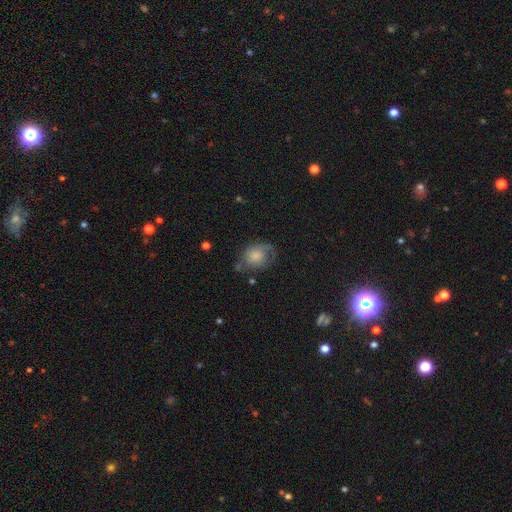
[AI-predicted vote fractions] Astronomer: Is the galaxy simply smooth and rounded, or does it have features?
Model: smooth — 57% (runner-up: featured or disk, 34%).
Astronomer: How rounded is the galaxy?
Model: round — 51% (runner-up: in between, 48%).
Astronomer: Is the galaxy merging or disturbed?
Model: none — 47% (runner-up: minor disturbance, 29%).